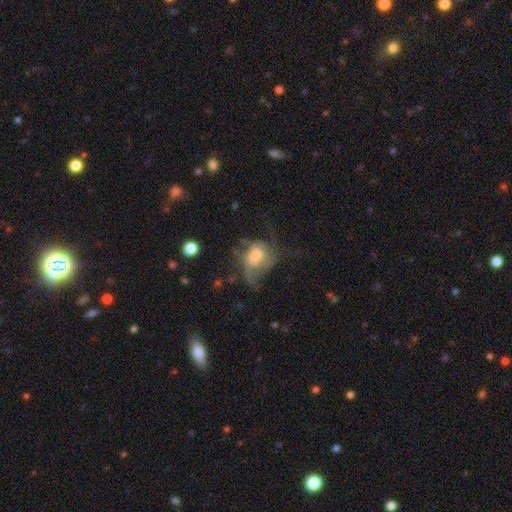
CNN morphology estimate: A featured or disk galaxy (58%) with no bar (68%), spiral arms (70%) and a moderate central bulge (50%).

Vote fractions:
- Smooth or featured? featured or disk: 58% / smooth: 32% / star or artifact: 10%
- Edge-on disk? no: 96% / yes: 4%
- Bar? no: 68% / weak: 27% / strong: 5%
- Spiral arms? yes: 70% / no: 30%
- Bulge size? moderate: 50% / large: 22% / small: 18% / none: 7% / dominant: 3%
- Merging? major disturbance: 43% / none: 34% / minor disturbance: 20% / merger: 3%